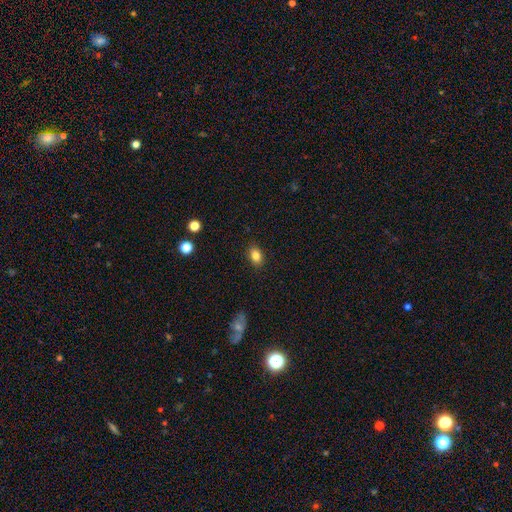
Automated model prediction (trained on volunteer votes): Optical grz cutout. It shows a smooth galaxy with no disk features (83%) that is in between round and cigar-shaped (77%). Merging: none (88%).